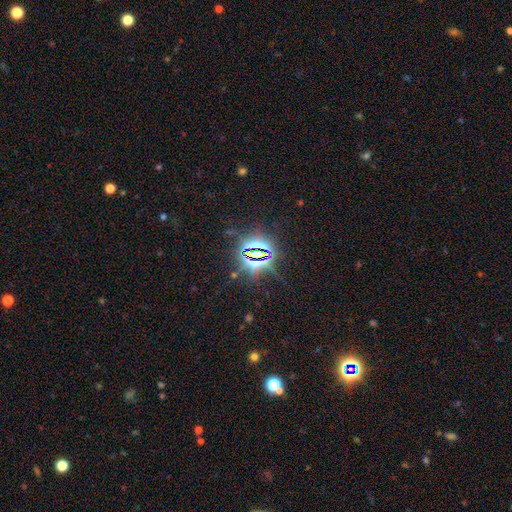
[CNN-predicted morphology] smooth_or_featured: star or artifact (p=0.83) [alt: smooth p=0.10]